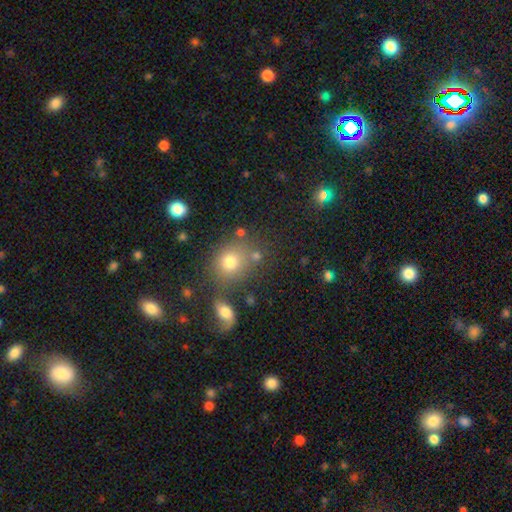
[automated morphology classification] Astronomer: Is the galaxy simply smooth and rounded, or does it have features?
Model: smooth — 69%.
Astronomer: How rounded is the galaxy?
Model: round — 70%.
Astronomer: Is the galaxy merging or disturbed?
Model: none — 66%.